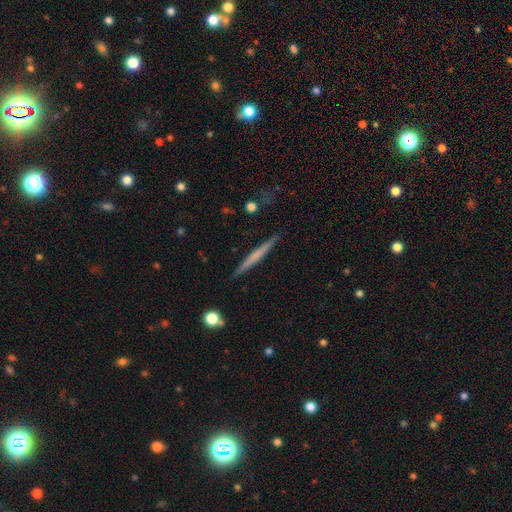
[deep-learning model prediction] Smooth or featured? Predicted: smooth (p=0.49). Merging? Predicted: none (p=0.90).